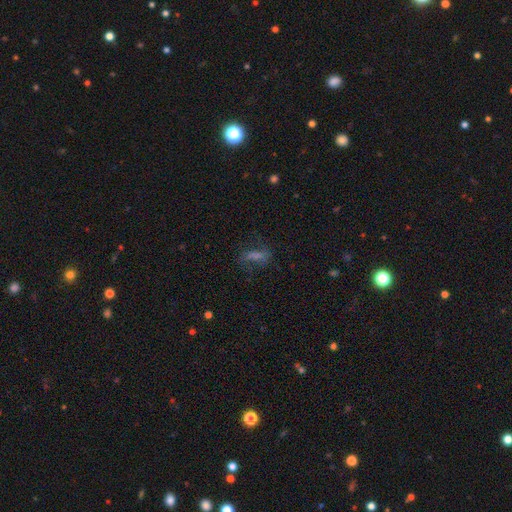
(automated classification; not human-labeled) This appears to be a smooth galaxy with no disk features (39%). Merging: none (67%).